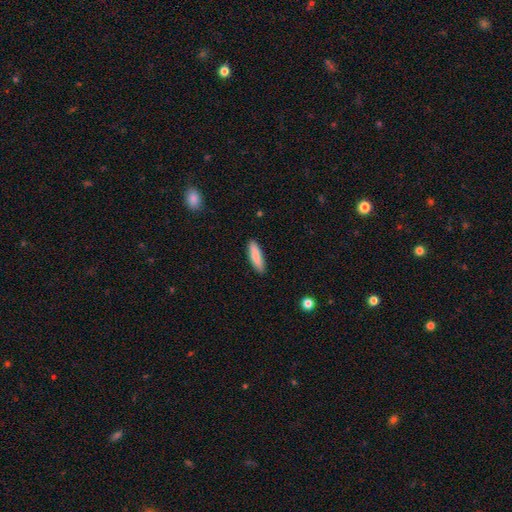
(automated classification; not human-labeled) Overall: smooth (85%). How rounded: cigar-shaped (70%). Merging: none (90%).